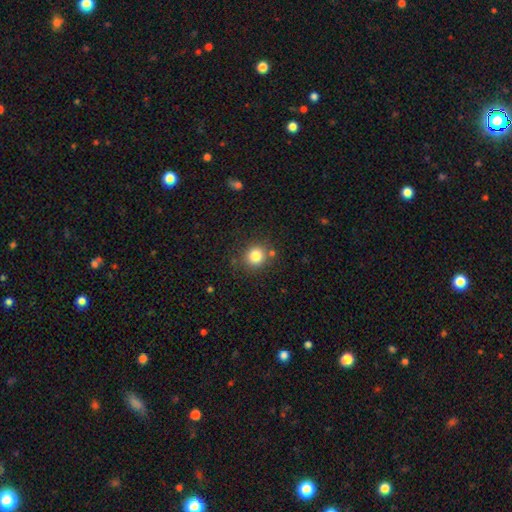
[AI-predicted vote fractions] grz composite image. It shows a smooth galaxy with no disk features (82%) that is round (88%). Merging: none (82%).